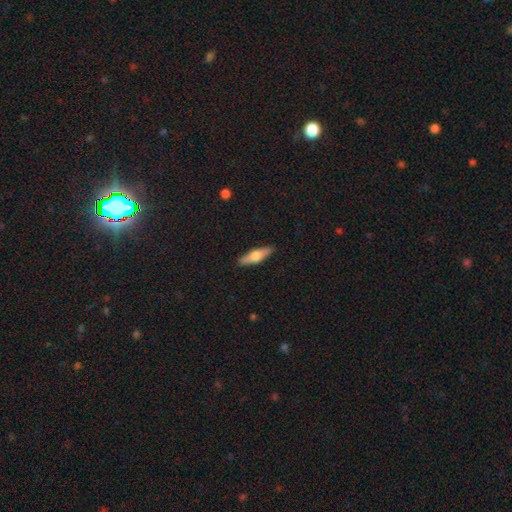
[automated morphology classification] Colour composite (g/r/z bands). It shows a smooth galaxy with no disk features (53%) that is cigar-shaped (60%). Merging: none (89%).